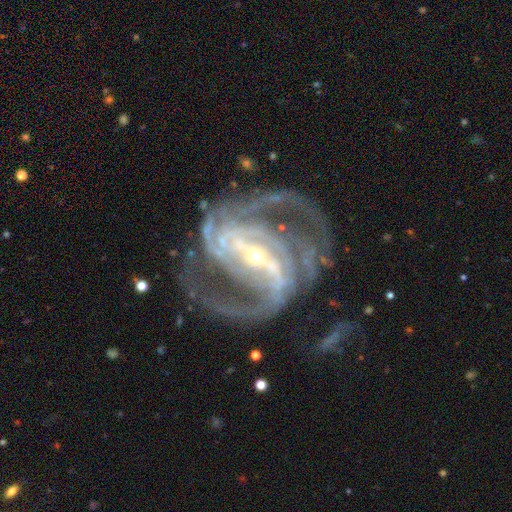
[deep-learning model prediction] Smooth or featured? Predicted: featured or disk (p=0.93). Edge-on disk? Predicted: no (p=0.97). Bar? Predicted: strong (p=0.72). Spiral arms? Predicted: yes (p=0.98). Spiral winding? Predicted: medium (p=0.51). Spiral arm count? Predicted: 2 (p=0.37). Bulge size? Predicted: small (p=0.77). Merging? Predicted: none (p=0.64).